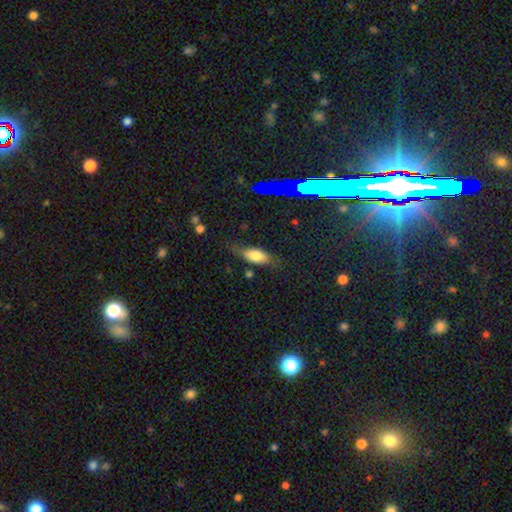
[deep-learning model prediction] Q: Smooth or featured?
A: smooth (73%); runner-up: featured or disk (17%)
Q: How rounded?
A: in between (80%); runner-up: cigar-shaped (16%)
Q: Merging?
A: none (69%); runner-up: minor disturbance (22%)